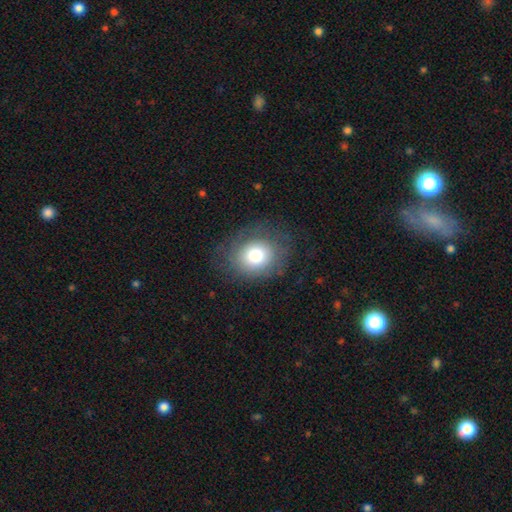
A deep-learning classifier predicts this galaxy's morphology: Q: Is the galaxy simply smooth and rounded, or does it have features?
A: smooth — 70%.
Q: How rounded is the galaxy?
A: round — 69%.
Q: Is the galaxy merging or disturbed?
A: none — 74%.